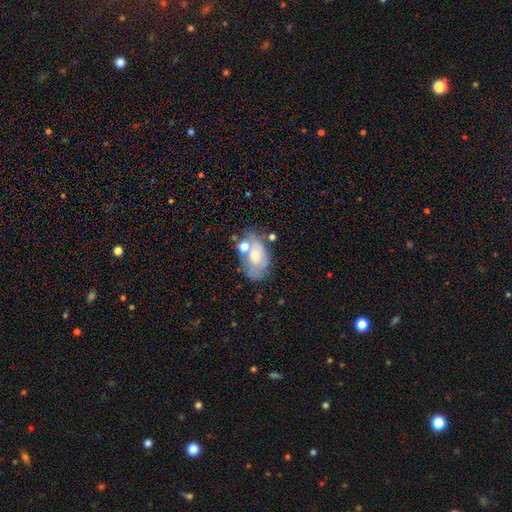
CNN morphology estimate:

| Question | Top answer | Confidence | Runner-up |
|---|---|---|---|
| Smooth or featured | smooth | 50% | featured or disk (40%) |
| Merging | none | 42% | minor disturbance (23%) |